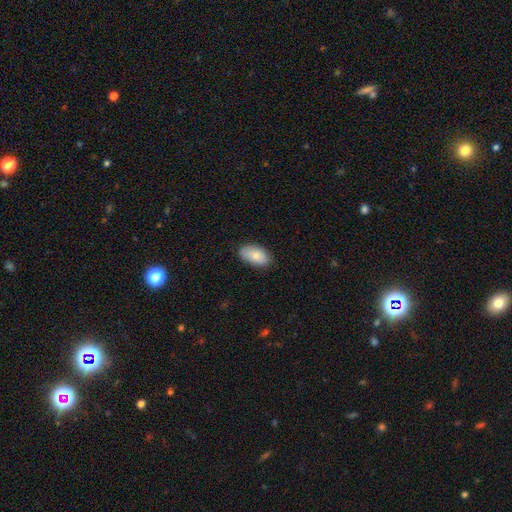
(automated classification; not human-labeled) The model was most divided on "smooth or featured": smooth: 77%, featured or disk: 16%, star or artifact: 7%. More confident: how rounded — in between (93%); merging — none (81%).